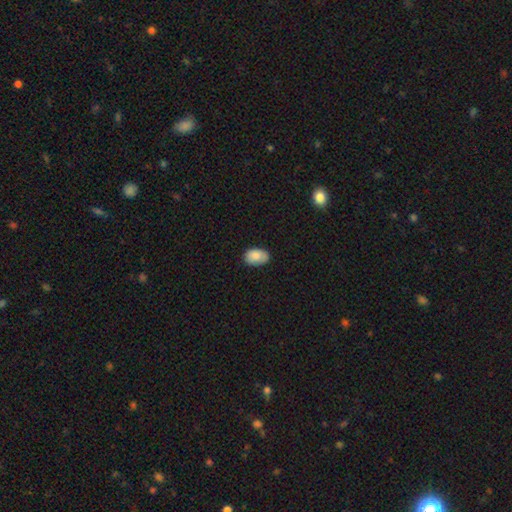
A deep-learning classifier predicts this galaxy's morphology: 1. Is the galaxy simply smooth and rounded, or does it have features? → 87% smooth, 7% star or artifact, 6% featured or disk.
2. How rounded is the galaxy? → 89% in between, 10% round, 1% cigar-shaped.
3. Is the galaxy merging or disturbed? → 77% none, 19% minor disturbance, 3% major disturbance, 1% merger.